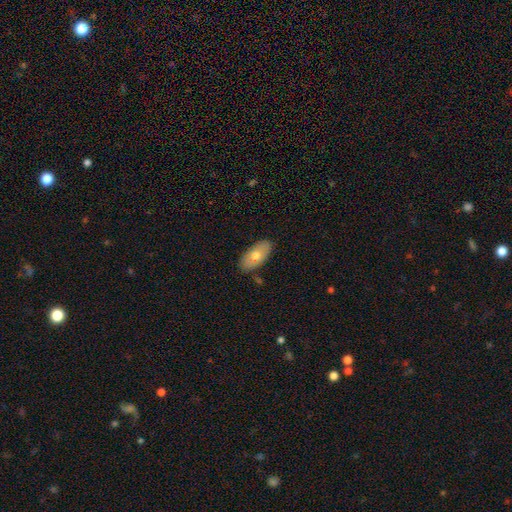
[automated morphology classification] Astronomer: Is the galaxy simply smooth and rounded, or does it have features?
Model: smooth — 67%.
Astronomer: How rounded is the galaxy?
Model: in between — 92%.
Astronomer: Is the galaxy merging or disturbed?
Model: none — 85%.